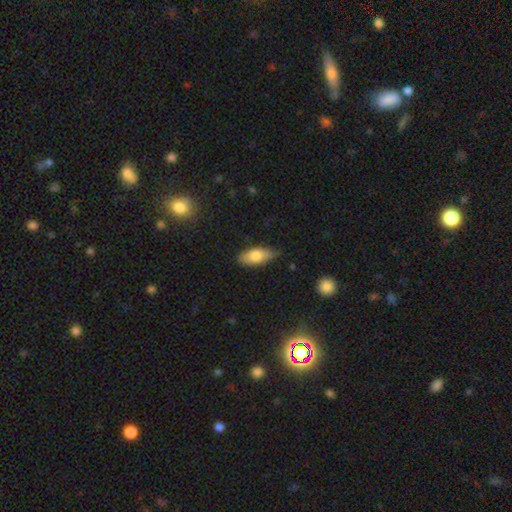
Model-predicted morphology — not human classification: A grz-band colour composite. It shows a smooth galaxy with no disk features (75%) that is in between round and cigar-shaped (82%). Merging: none (73%).